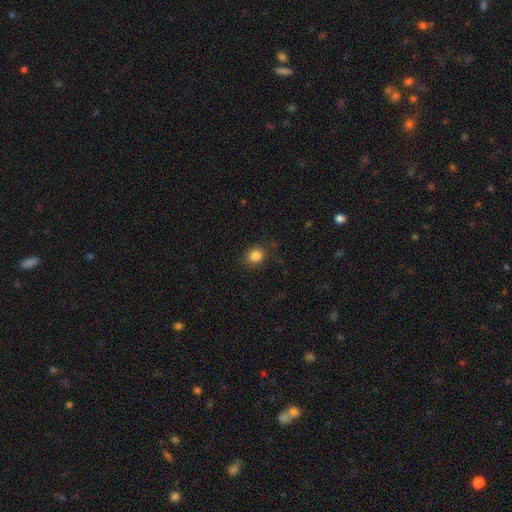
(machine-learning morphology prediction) smooth_or_featured: smooth (p=0.84) [alt: star or artifact p=0.11]
how_rounded: round (p=0.61) [alt: in between p=0.38]
merging: none (p=0.83) [alt: minor disturbance p=0.12]